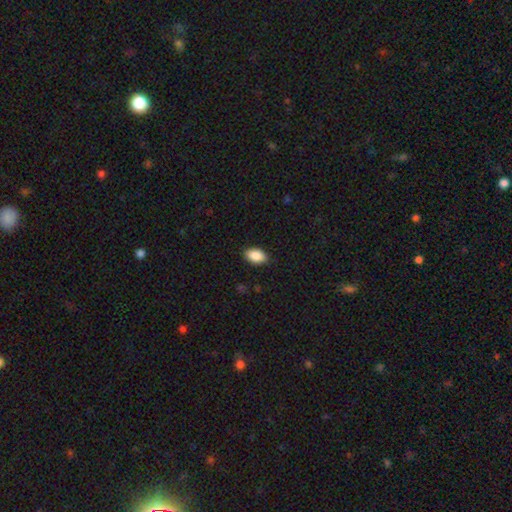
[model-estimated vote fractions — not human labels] Smooth or featured: smooth — 89% (star or artifact — 7%)
How rounded: in between — 92% (round — 7%)
Merging: none — 87% (minor disturbance — 10%)